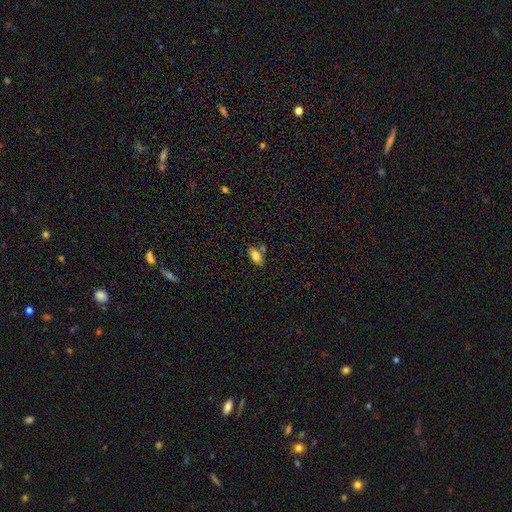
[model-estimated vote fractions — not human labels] A smooth galaxy with no disk features (80%) that is in between round and cigar-shaped (89%).

Vote fractions:
- Smooth or featured? smooth: 80% / featured or disk: 12% / star or artifact: 8%
- How rounded? in between: 89% / cigar-shaped: 8% / round: 3%
- Merging? none: 63% / merger: 19% / minor disturbance: 14% / major disturbance: 4%